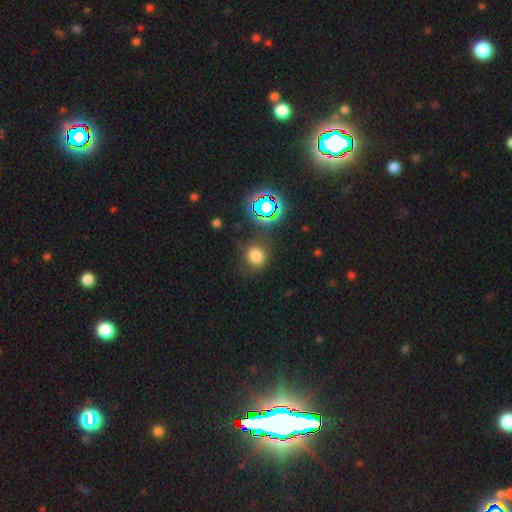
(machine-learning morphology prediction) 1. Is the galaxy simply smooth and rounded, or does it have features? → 71% smooth, 21% star or artifact, 8% featured or disk.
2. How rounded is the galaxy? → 78% round, 21% in between, 1% cigar-shaped.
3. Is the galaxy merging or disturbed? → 71% none, 17% minor disturbance, 8% major disturbance, 4% merger.